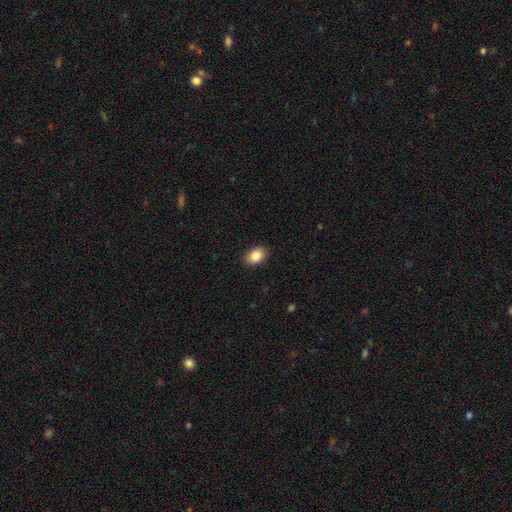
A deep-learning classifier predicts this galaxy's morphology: A smooth galaxy with no disk features (85%) that is in between round and cigar-shaped (81%). Merging: none (90%).